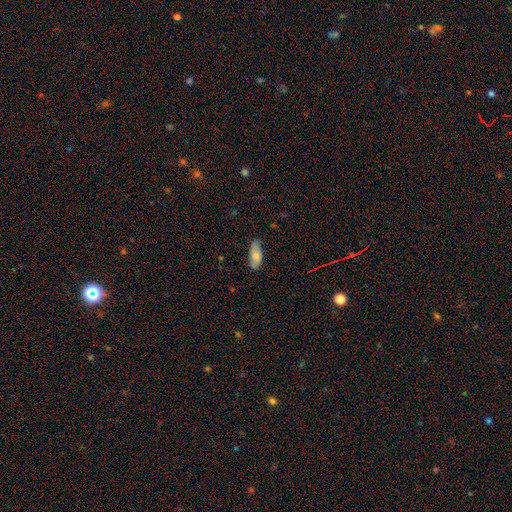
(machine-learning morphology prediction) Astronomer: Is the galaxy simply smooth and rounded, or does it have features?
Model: smooth — 78%.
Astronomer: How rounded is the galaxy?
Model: in between — 84%.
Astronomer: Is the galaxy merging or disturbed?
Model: none — 72%.